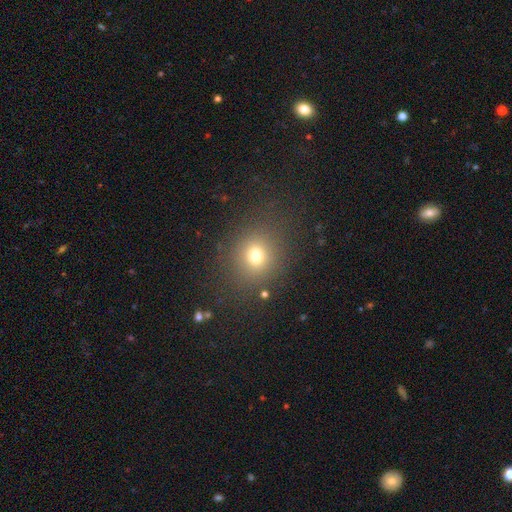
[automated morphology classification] Overall: smooth (74%). How rounded: round (79%). Merging: none (84%).